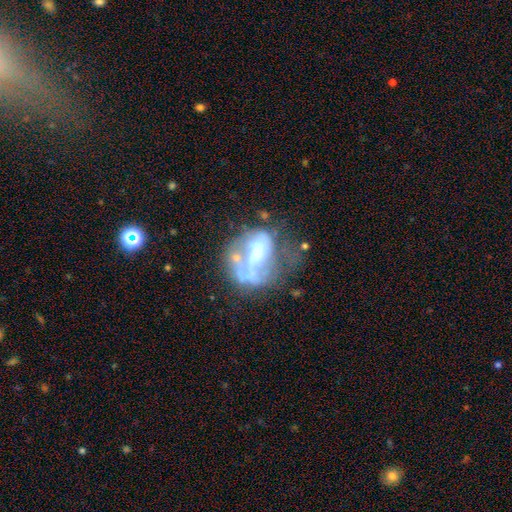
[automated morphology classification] smooth_or_featured: featured or disk (p=0.66) [alt: smooth p=0.24]
disk_edge_on: no (p=0.97) [alt: yes p=0.03]
bar: no (p=0.46) [alt: weak p=0.34]
has_spiral_arms: no (p=0.56) [alt: yes p=0.44]
bulge_size: moderate (p=0.43) [alt: small p=0.22]
merging: major disturbance (p=0.36) [alt: none p=0.29]